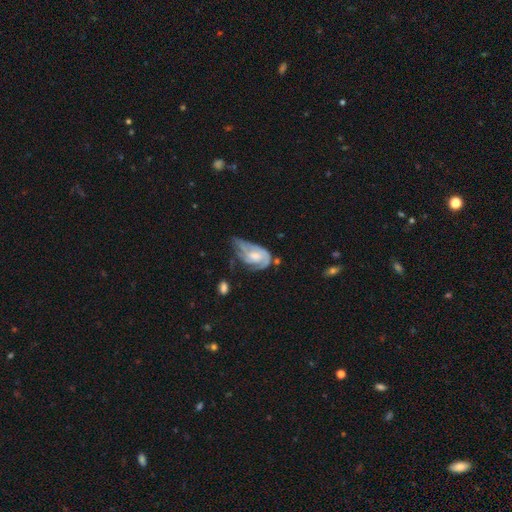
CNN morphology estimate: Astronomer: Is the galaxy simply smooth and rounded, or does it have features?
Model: featured or disk — 71%.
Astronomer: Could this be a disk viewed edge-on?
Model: no — 96%.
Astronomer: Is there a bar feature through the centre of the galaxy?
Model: no — 63%.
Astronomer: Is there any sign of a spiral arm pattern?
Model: yes — 83%.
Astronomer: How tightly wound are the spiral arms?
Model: tight — 49% (runner-up: medium, 36%).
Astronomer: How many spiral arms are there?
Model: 2 — 44% (runner-up: can't tell, 28%).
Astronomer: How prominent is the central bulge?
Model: moderate — 51% (runner-up: small, 30%).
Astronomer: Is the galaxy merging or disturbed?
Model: major disturbance — 34% (runner-up: minor disturbance, 33%).